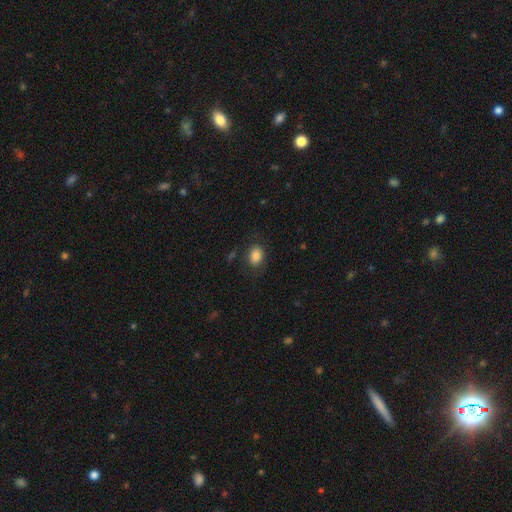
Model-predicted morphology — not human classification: This appears to be a smooth galaxy with no disk features (85%) that is in between round and cigar-shaped (70%). Merging: none (79%).